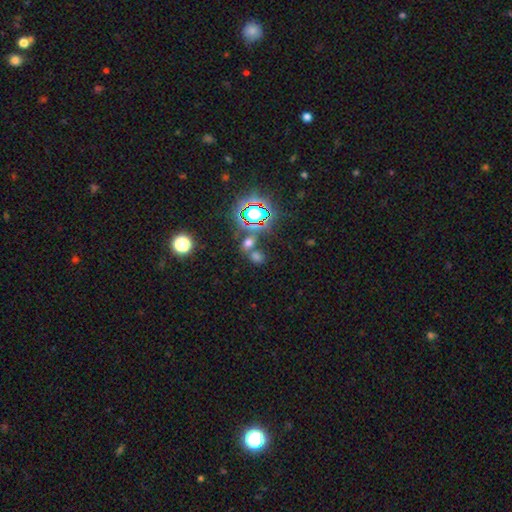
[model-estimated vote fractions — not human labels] This is possibly a smooth galaxy (49%). Merging: possibly none (58%).